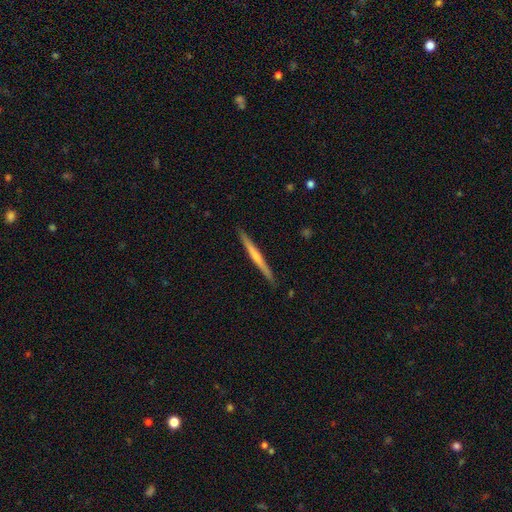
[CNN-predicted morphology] A featured or disk galaxy (52%) viewed edge-on (98%) with no central bulge (59%). Merging: none (91%).